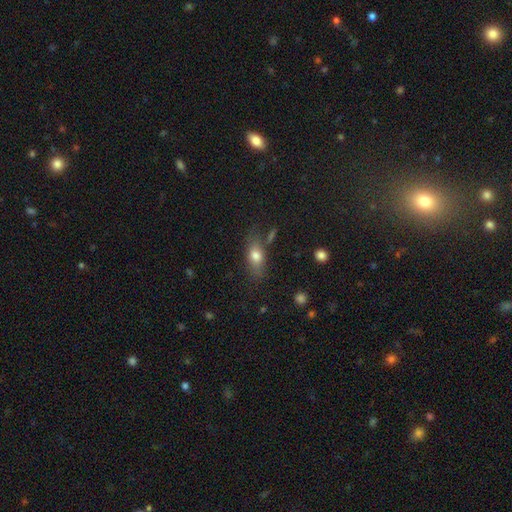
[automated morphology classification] smooth-or-featured: smooth: 73% | featured or disk: 17% | star or artifact: 9%
  how-rounded: in between: 77% | cigar-shaped: 13% | round: 10%
  merging: none: 71% | minor disturbance: 18% | major disturbance: 6% | merger: 5%